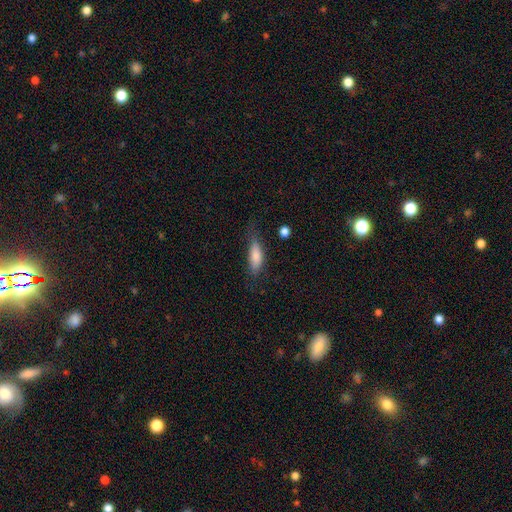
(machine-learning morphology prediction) Smooth or featured?
  - smooth: 69% *
  - featured or disk: 21%
  - star or artifact: 10%
How rounded?
  - cigar-shaped: 54% *
  - in between: 44%
  - round: 3%
Merging?
  - none: 60% *
  - minor disturbance: 28%
  - major disturbance: 10%
  - merger: 2%